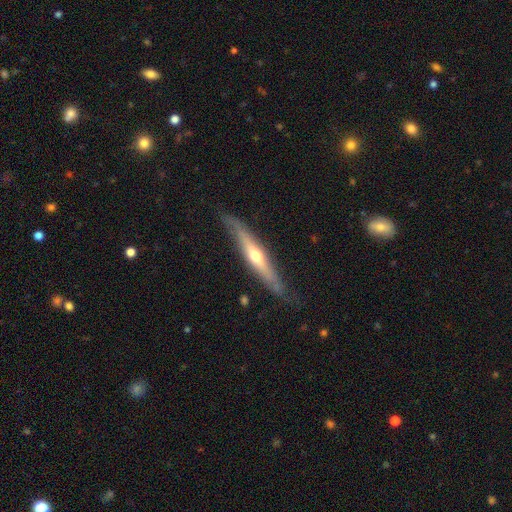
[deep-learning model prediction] A featured or disk galaxy (63%) viewed edge-on (89%) with a rounded central bulge (84%). Merging: none (81%).